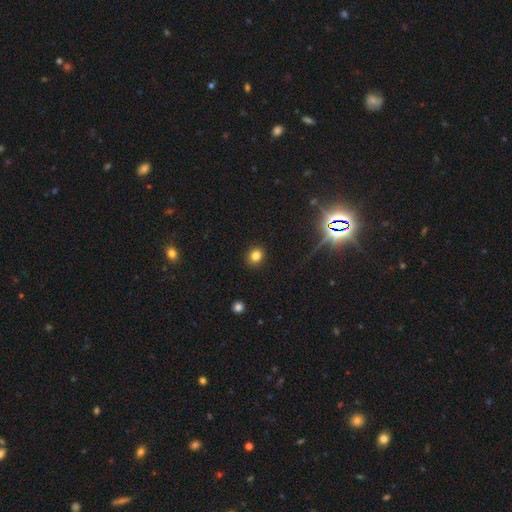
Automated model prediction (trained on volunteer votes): This is clearly a smooth galaxy (80%). How rounded: likely round (80%). Merging: clearly none (90%).